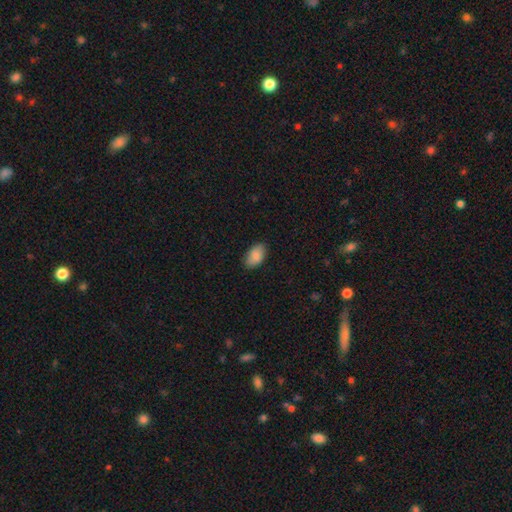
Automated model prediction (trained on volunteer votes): A smooth galaxy with no disk features (84%) that is in between round and cigar-shaped (94%). Merging: none (86%).